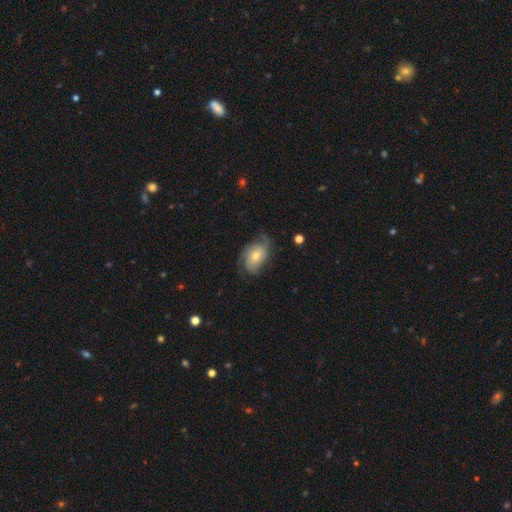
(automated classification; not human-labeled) This appears to be a featured or disk galaxy (65%) with no bar (73%), 2 (34%) medium (39%) spiral arms (88%) and a moderate central bulge (60%). Merging: none (57%).